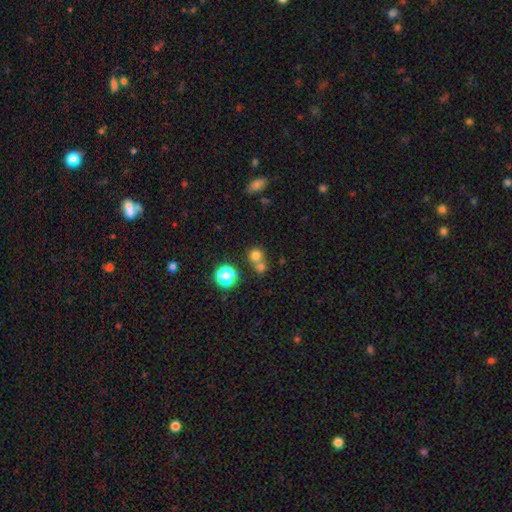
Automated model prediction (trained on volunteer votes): A smooth galaxy with no disk features (72%) that is round (87%). Merging: none (48%).